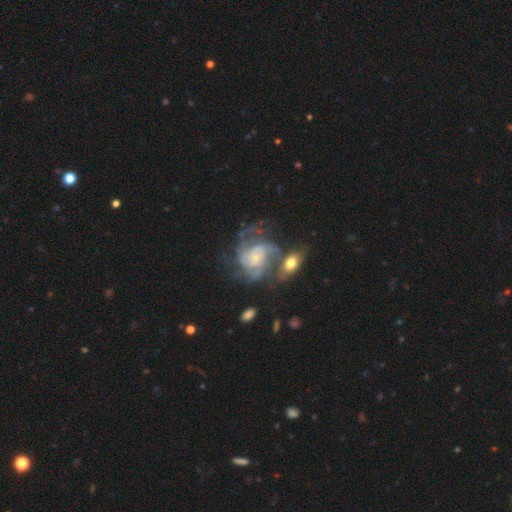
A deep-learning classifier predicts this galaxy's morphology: This appears to be a featured or disk galaxy (85%) with no bar (65%), 3 (30%) tight (48%) spiral arms (95%) and a small central bulge (63%). Merging: none (42%).